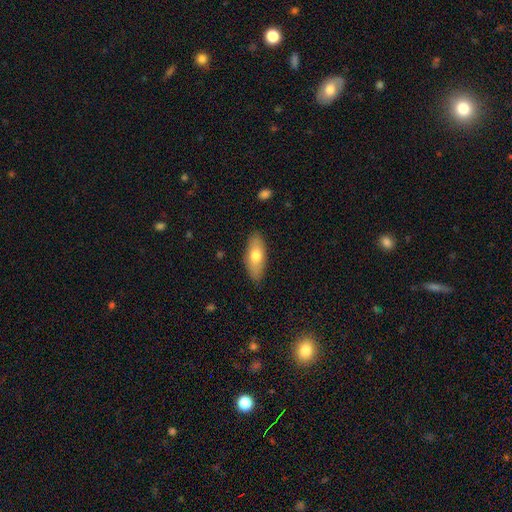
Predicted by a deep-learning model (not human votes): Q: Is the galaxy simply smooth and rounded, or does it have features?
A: smooth — 71%.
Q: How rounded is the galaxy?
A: in between — 80%.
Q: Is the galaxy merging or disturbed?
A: none — 85%.